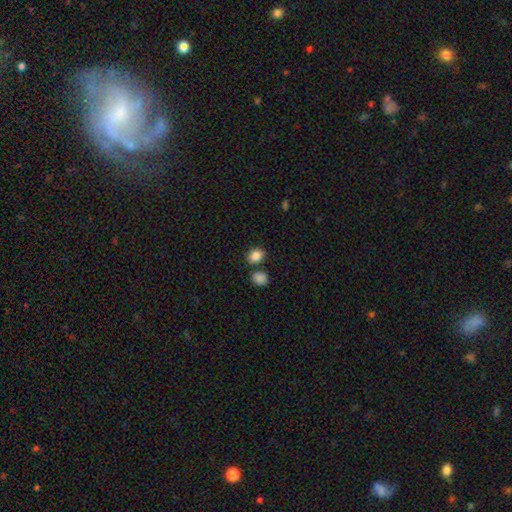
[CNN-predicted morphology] This appears to be a smooth galaxy with no disk features (86%) that is in between round and cigar-shaped (53%). Merging: none (73%).